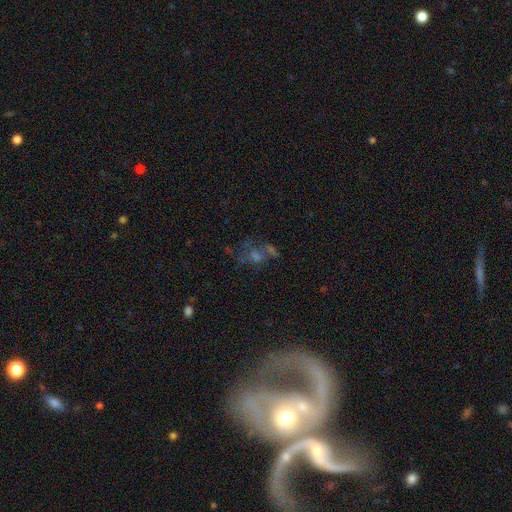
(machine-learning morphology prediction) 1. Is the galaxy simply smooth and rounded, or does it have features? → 41% featured or disk, 31% star or artifact, 28% smooth.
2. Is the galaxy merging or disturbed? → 43% none, 23% major disturbance, 19% merger, 16% minor disturbance.